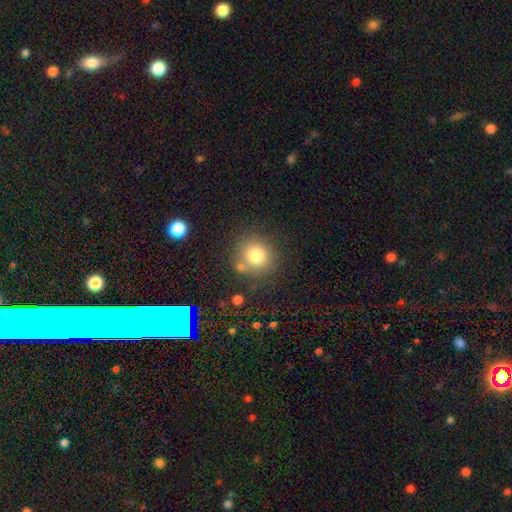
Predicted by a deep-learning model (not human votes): Smooth or featured?
  - smooth: 78% *
  - star or artifact: 13%
  - featured or disk: 10%
How rounded?
  - round: 88% *
  - in between: 11%
  - cigar-shaped: 1%
Merging?
  - none: 74% *
  - minor disturbance: 11%
  - merger: 11%
  - major disturbance: 4%